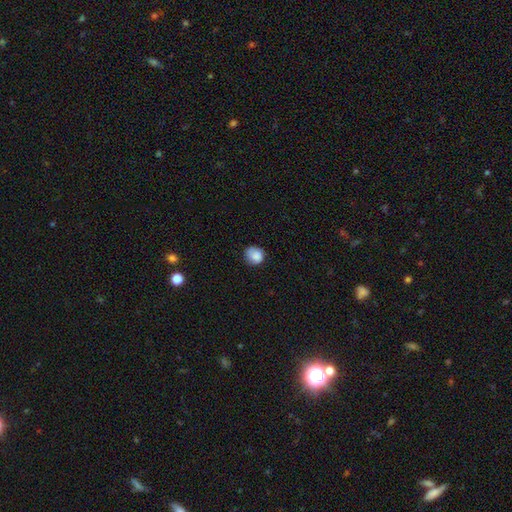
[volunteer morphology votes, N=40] Smooth or featured? 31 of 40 (78%) said smooth. How rounded? 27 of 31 (87%) said round. Merging? 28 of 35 (80%) said none.